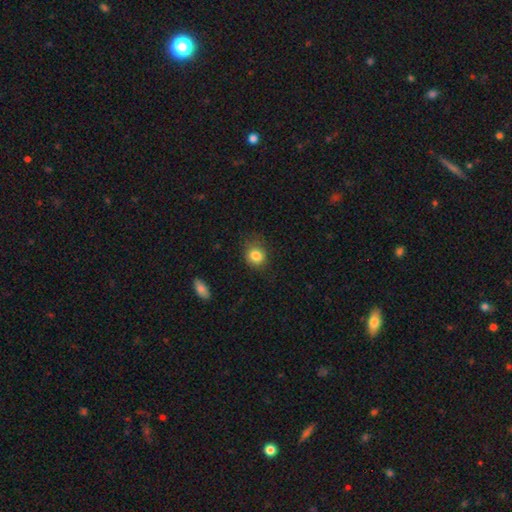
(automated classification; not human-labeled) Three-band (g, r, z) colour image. It shows a smooth galaxy with no disk features (84%) that is round (75%). Merging: none (74%).